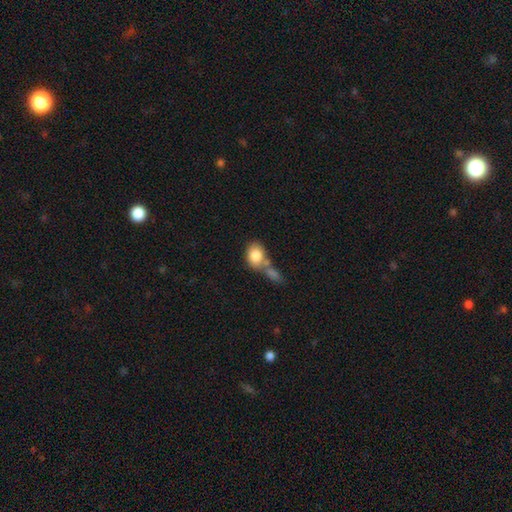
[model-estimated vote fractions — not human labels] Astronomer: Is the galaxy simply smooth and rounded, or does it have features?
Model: smooth — 80%.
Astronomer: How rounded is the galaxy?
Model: in between — 63%.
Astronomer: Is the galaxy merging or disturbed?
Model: merger — 48% (runner-up: none, 32%).